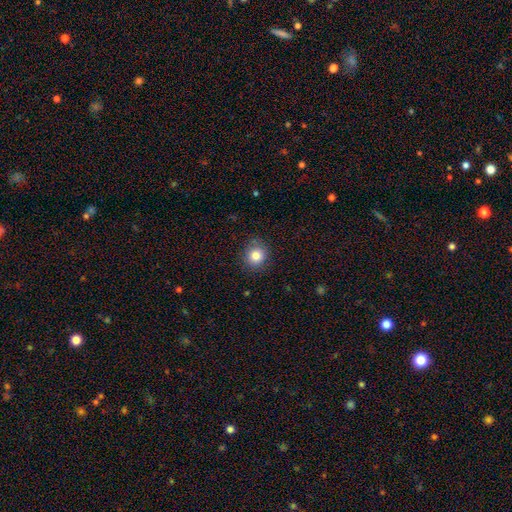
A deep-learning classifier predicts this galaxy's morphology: smooth_or_featured: smooth (p=0.82) [alt: star or artifact p=0.11]
how_rounded: round (p=0.83) [alt: in between p=0.16]
merging: none (p=0.85) [alt: minor disturbance p=0.11]